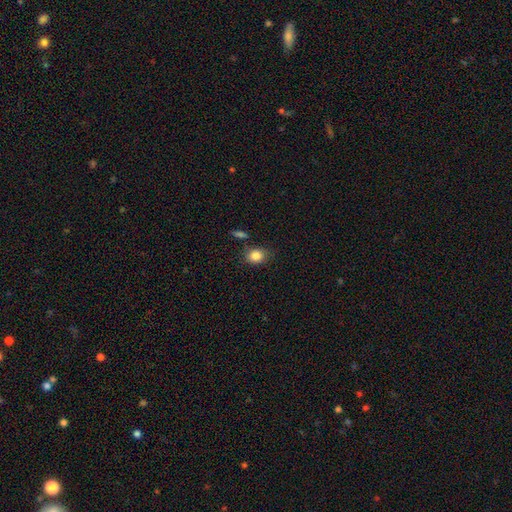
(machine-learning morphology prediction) type=smooth (85%); roundness=round (55%); merging=none (76%).